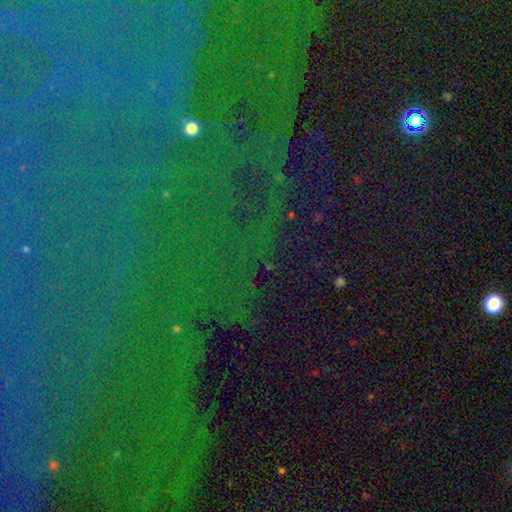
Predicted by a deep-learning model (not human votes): A star or artifact, not a galaxy (83%).

Vote fractions:
- Smooth or featured? star or artifact: 83% / featured or disk: 9% / smooth: 8%